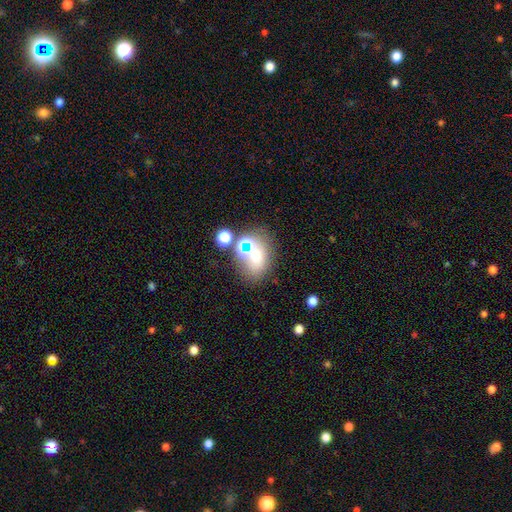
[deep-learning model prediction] smooth 55%, star or artifact 23%, featured or disk 22%. Down the decision tree: how rounded — in between (55%); merging — none (50%).